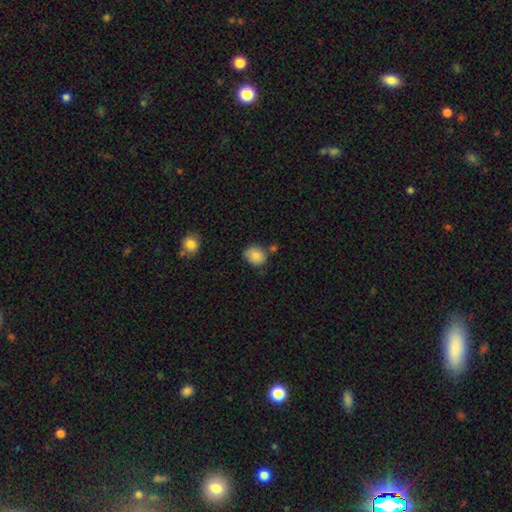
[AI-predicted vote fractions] Q: Smooth or featured?
A: smooth (84%); runner-up: star or artifact (8%)
Q: How rounded?
A: round (70%); runner-up: in between (29%)
Q: Merging?
A: none (70%); runner-up: minor disturbance (19%)